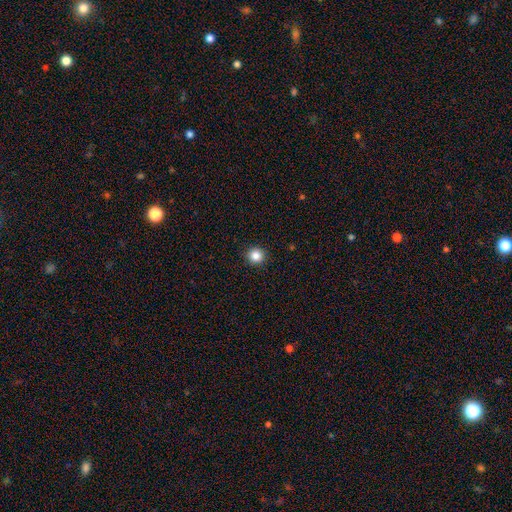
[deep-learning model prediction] Smooth or featured? Predicted: smooth (p=0.85). How rounded? Predicted: round (p=0.94). Merging? Predicted: none (p=0.93).